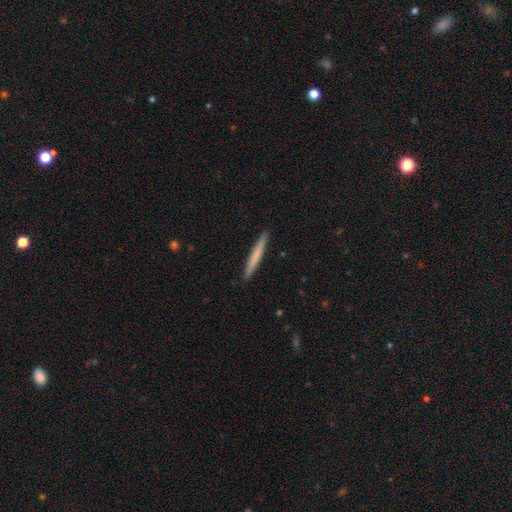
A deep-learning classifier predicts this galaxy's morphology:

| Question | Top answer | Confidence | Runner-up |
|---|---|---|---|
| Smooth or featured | smooth | 68% | featured or disk (27%) |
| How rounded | cigar-shaped | 97% | in between (2%) |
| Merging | none | 92% | minor disturbance (5%) |